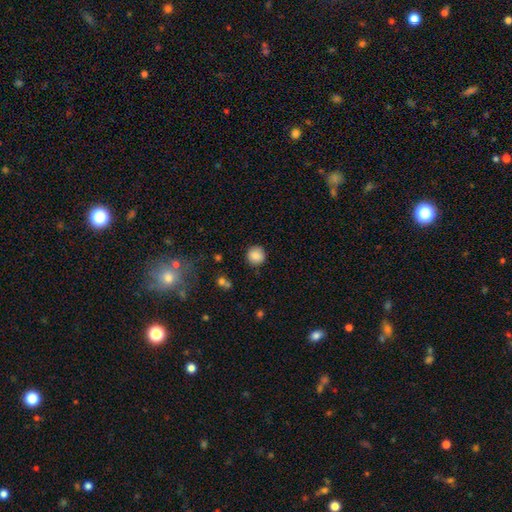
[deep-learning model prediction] smooth-or-featured: smooth: 85% | star or artifact: 9% | featured or disk: 5%
  how-rounded: round: 93% | in between: 6% | cigar-shaped: 1%
  merging: none: 88% | minor disturbance: 8% | major disturbance: 2% | merger: 2%